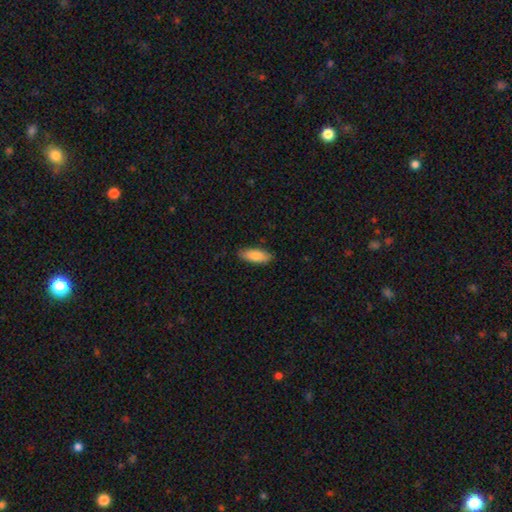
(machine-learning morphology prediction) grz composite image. It shows a smooth galaxy with no disk features (86%) that is in between round and cigar-shaped (72%). Merging: none (85%).